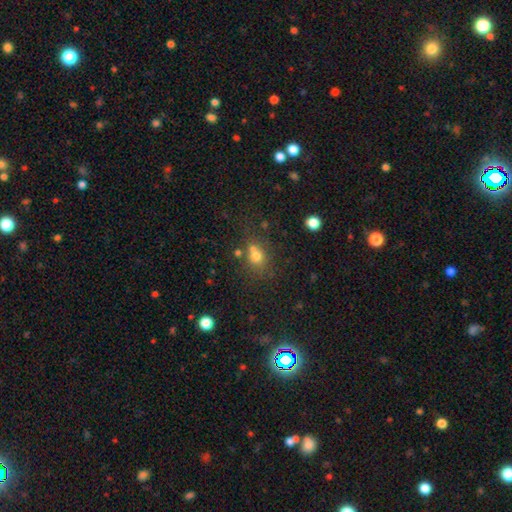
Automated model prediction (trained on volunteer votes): A smooth galaxy with no disk features (69%) that is round (73%).

Vote fractions:
- Smooth or featured? smooth: 69% / star or artifact: 18% / featured or disk: 13%
- How rounded? round: 73% / in between: 26% / cigar-shaped: 1%
- Merging? none: 51% / merger: 32% / minor disturbance: 12% / major disturbance: 5%